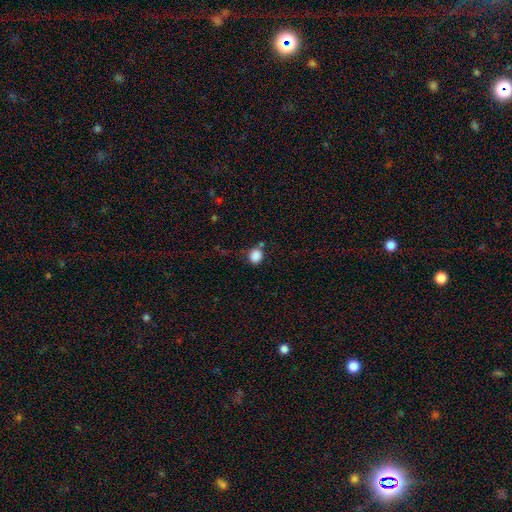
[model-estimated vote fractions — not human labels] Smooth or featured: smooth — 86% (star or artifact — 10%)
How rounded: round — 75% (in between — 24%)
Merging: none — 71% (minor disturbance — 16%)